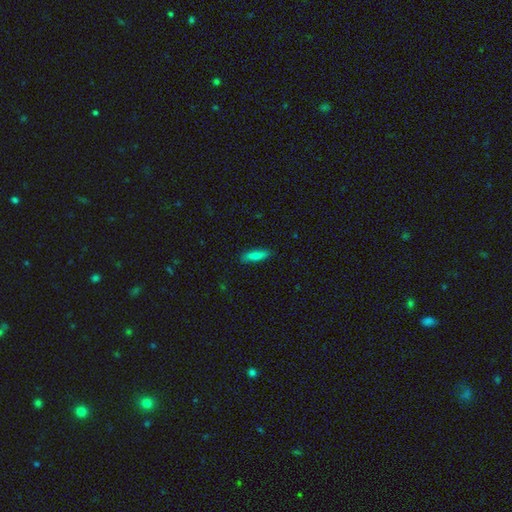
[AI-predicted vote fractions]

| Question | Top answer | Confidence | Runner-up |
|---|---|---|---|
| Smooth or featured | smooth | 83% | featured or disk (10%) |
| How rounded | cigar-shaped | 63% | in between (35%) |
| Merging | none | 86% | minor disturbance (11%) |